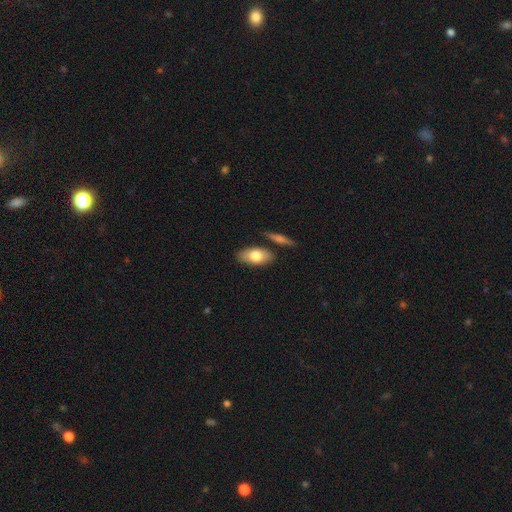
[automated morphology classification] Smooth or featured? Predicted: smooth (p=0.74). How rounded? Predicted: in between (p=0.89). Merging? Predicted: none (p=0.78).